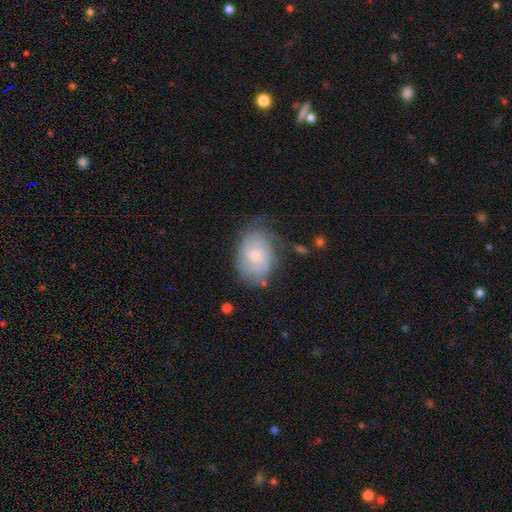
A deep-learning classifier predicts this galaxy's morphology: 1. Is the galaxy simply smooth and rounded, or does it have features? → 73% featured or disk, 21% smooth, 7% star or artifact.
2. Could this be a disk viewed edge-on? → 97% no, 3% yes.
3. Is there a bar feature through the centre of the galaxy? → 69% no, 28% weak, 3% strong.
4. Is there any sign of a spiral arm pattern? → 93% yes, 7% no.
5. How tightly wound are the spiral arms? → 61% tight, 30% medium, 9% loose.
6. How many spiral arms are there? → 39% can't tell, 22% 2, 17% 3, 11% 4, 5% 1, 5% more than 4.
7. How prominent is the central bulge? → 69% small, 25% moderate, 3% none, 2% large, 1% dominant.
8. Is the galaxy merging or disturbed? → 61% none, 25% minor disturbance, 13% major disturbance, 2% merger.